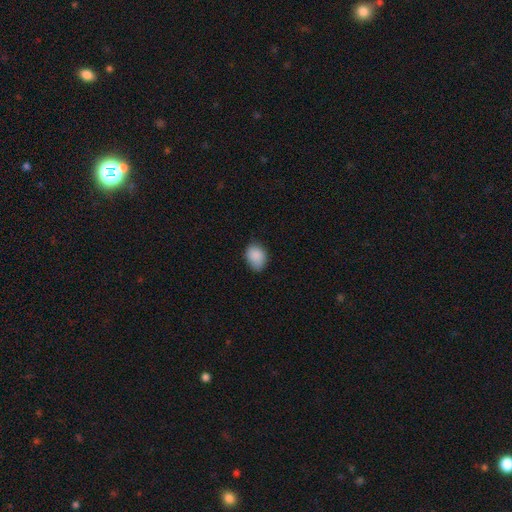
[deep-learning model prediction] Morphology: type=smooth (88%); roundness=in between (61%); merging=none (69%).